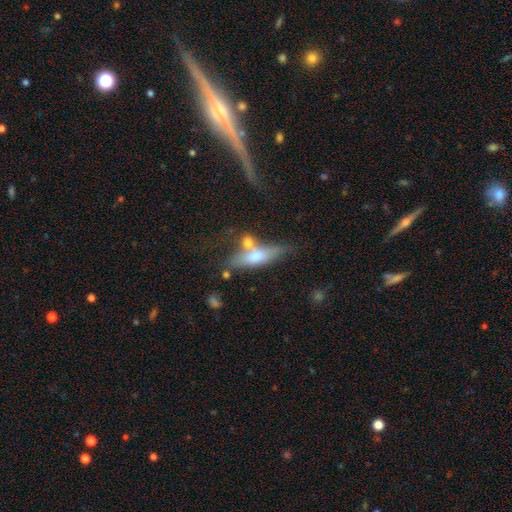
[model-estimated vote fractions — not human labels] Smooth or featured? smooth (58%)
How rounded? in between (51%)
Merging? none (39%)